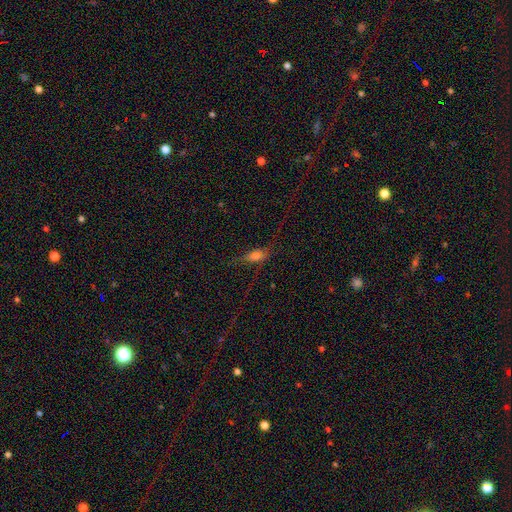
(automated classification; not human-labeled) smooth-or-featured: smooth: 58% | featured or disk: 26% | star or artifact: 16%
  how-rounded: in between: 67% | cigar-shaped: 26% | round: 7%
  merging: none: 63% | minor disturbance: 21% | major disturbance: 15% | merger: 2%